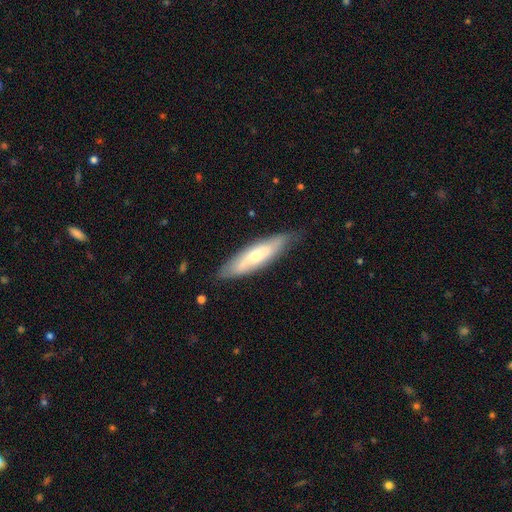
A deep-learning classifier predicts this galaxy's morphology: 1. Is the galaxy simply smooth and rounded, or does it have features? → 49% featured or disk, 45% smooth, 6% star or artifact.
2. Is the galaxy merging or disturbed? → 79% none, 16% minor disturbance, 3% major disturbance, 1% merger.